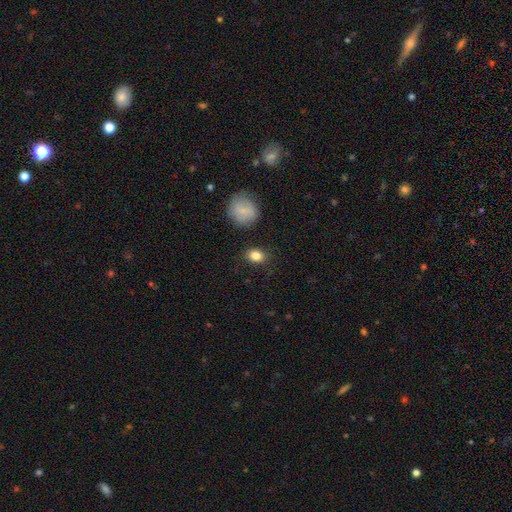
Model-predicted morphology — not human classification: smooth-or-featured: smooth: 85% | star or artifact: 9% | featured or disk: 6%
  how-rounded: in between: 59% | round: 40% | cigar-shaped: 1%
  merging: none: 84% | minor disturbance: 11% | major disturbance: 3% | merger: 2%